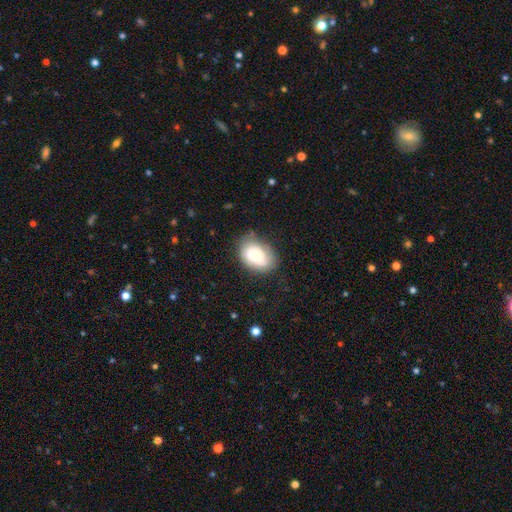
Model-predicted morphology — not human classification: This is likely a smooth galaxy (66%). How rounded: likely in between (78%). Merging: likely none (70%).